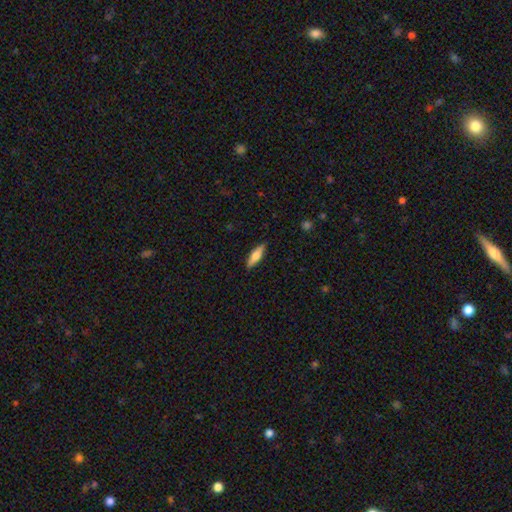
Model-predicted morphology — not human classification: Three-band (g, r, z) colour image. It shows a smooth galaxy with no disk features (61%) that is cigar-shaped (57%). Merging: none (89%).